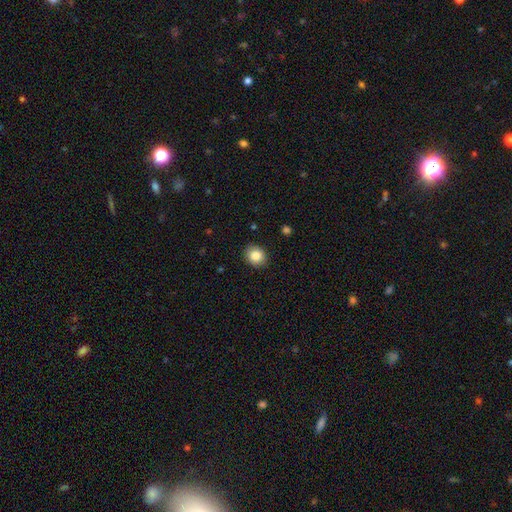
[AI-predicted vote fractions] smooth_or_featured: smooth (p=0.85) [alt: star or artifact p=0.09]
how_rounded: round (p=0.68) [alt: in between p=0.31]
merging: none (p=0.89) [alt: minor disturbance p=0.08]